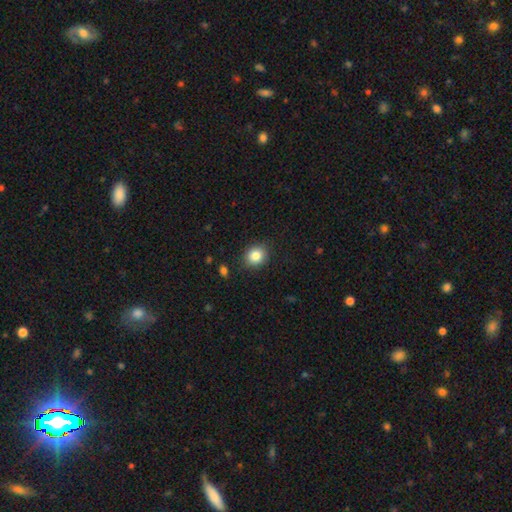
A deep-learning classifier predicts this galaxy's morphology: smooth 84%, star or artifact 10%, featured or disk 6%. Down the decision tree: how rounded — round (69%); merging — none (87%).